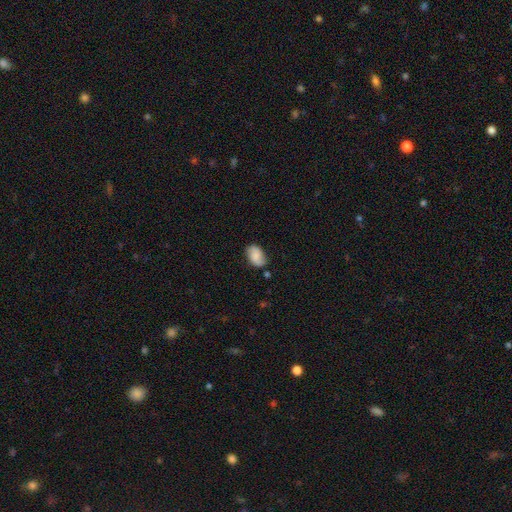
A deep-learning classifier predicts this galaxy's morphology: Smooth or featured: smooth — 71% (featured or disk — 21%)
How rounded: in between — 88% (round — 10%)
Merging: none — 68% (minor disturbance — 24%)